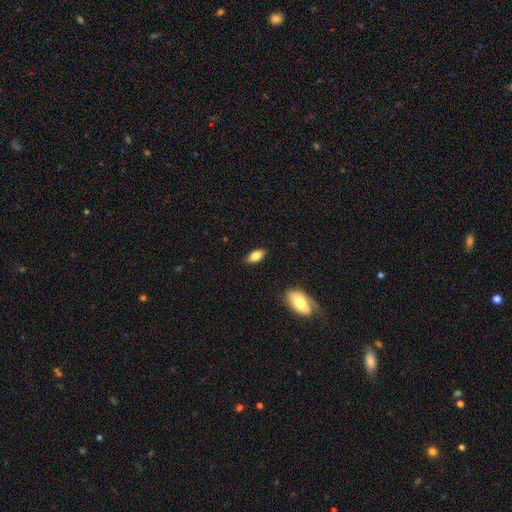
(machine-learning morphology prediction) Smooth or featured? smooth (83%)
How rounded? in between (91%)
Merging? none (87%)